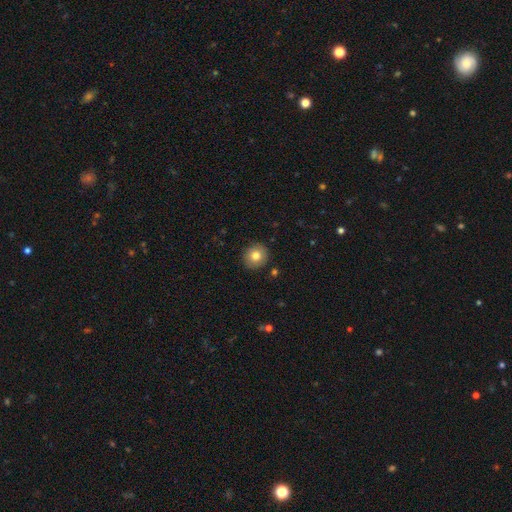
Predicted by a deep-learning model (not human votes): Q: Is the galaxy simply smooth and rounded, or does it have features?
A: smooth — 79%.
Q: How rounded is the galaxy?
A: round — 89%.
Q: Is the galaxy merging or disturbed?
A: none — 90%.